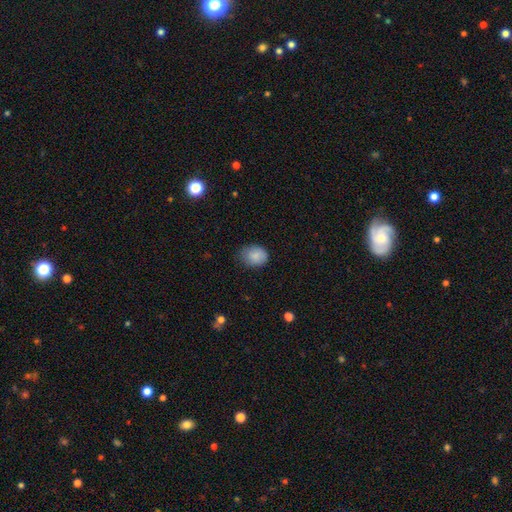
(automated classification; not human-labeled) Overall: smooth (86%). How rounded: in between (52%; round 47%). Merging: none (69%).